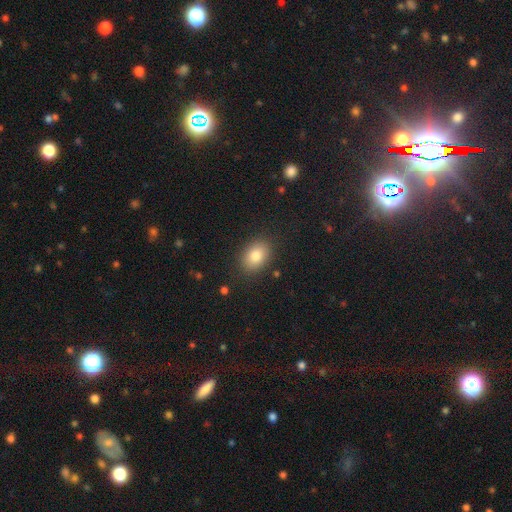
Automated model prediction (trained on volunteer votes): Smooth or featured?
  - smooth: 83% *
  - star or artifact: 9%
  - featured or disk: 8%
How rounded?
  - in between: 77% *
  - round: 22%
  - cigar-shaped: 1%
Merging?
  - none: 86% *
  - minor disturbance: 10%
  - major disturbance: 3%
  - merger: 1%